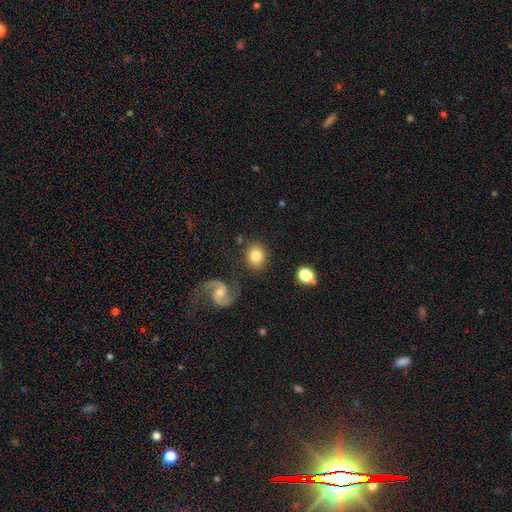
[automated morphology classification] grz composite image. It shows a smooth galaxy with no disk features (77%) that is round (69%). Merging: none (81%).